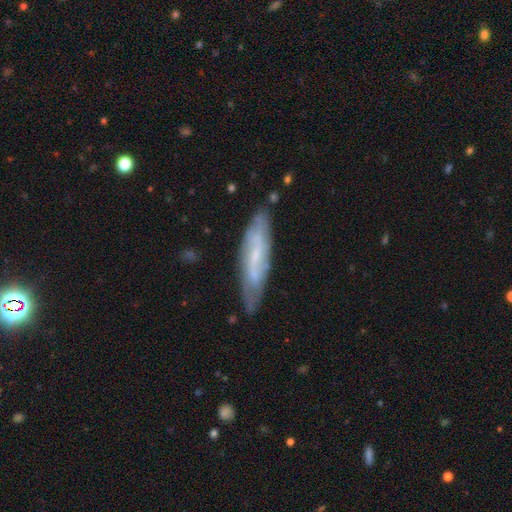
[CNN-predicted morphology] Smooth or featured? Predicted: featured or disk (p=0.60). Edge-on disk? Predicted: no (p=0.62). Merging? Predicted: none (p=0.75).